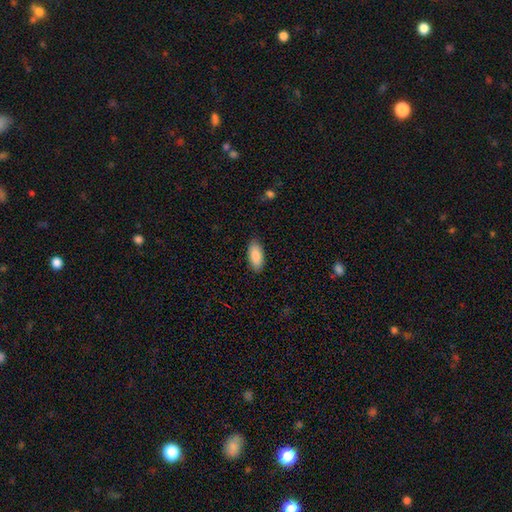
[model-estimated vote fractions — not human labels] smooth_or_featured: smooth (p=0.88) [alt: featured or disk p=0.06]
how_rounded: in between (p=0.90) [alt: cigar-shaped p=0.09]
merging: none (p=0.89) [alt: minor disturbance p=0.08]